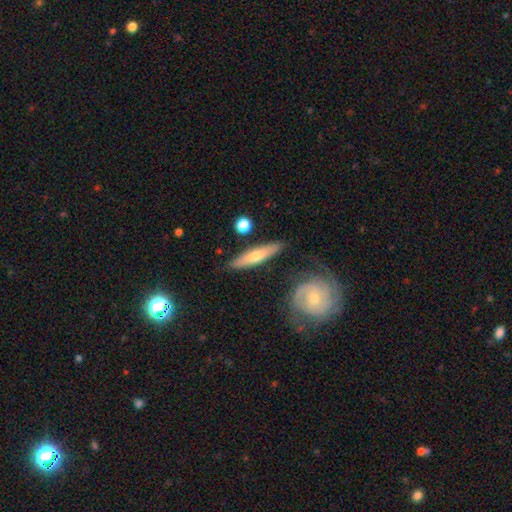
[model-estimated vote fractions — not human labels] A featured or disk galaxy (49%).

Vote fractions:
- Smooth or featured? featured or disk: 49% / smooth: 46% / star or artifact: 5%
- Merging? none: 82% / minor disturbance: 11% / merger: 4% / major disturbance: 3%